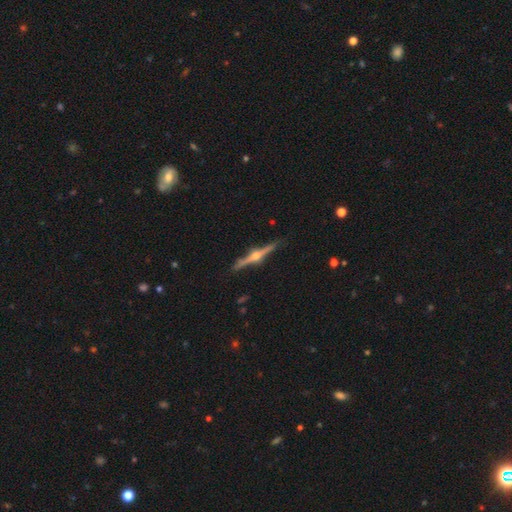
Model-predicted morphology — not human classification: This is clearly a featured or disk galaxy (86%). It is clearly viewed edge-on (98%). Edge-on bulge: clearly rounded (95%). Merging: clearly none (90%).